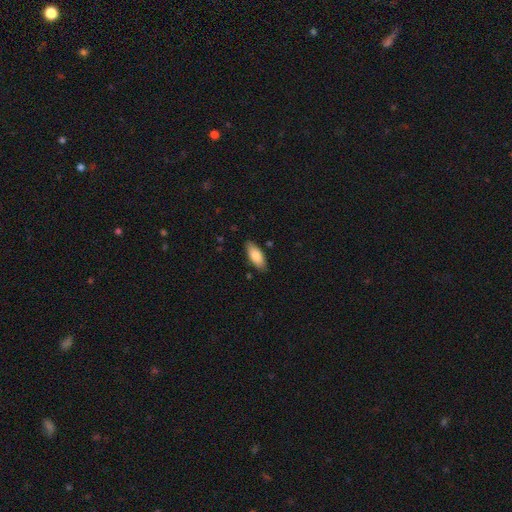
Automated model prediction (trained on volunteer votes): smooth 80%, featured or disk 14%, star or artifact 6%. Down the decision tree: how rounded — in between (82%); merging — none (85%).